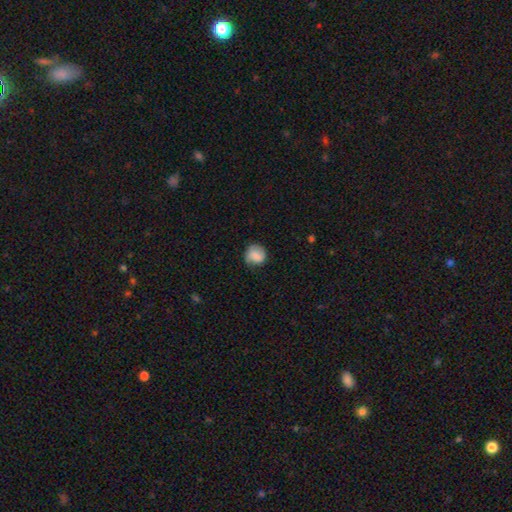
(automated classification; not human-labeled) Smooth or featured: smooth — 80% (featured or disk — 12%)
How rounded: round — 85% (in between — 14%)
Merging: none — 71% (minor disturbance — 22%)